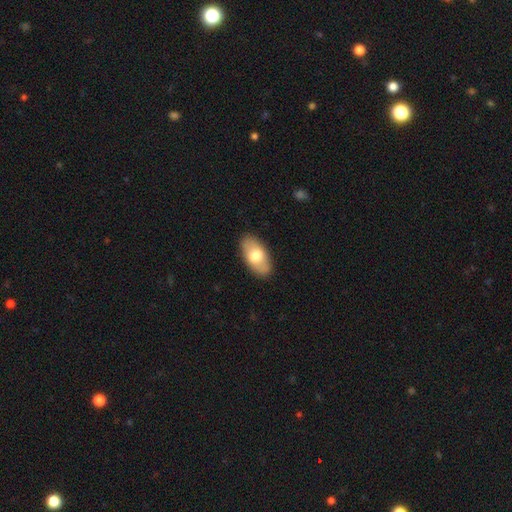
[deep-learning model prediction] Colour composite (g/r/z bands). It shows a smooth galaxy with no disk features (68%) that is in between round and cigar-shaped (93%). Merging: none (87%).